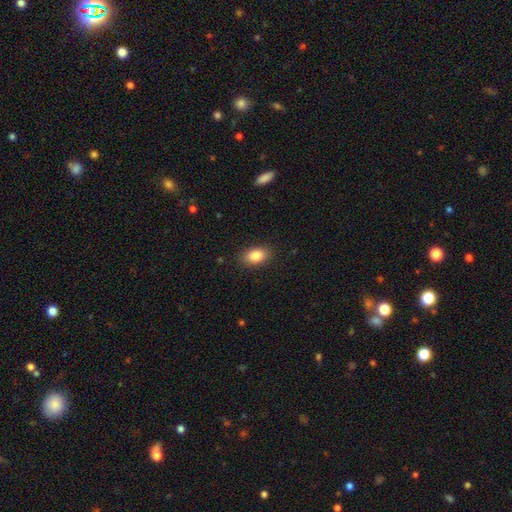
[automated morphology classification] type=smooth (85%); roundness=in between (88%); merging=none (87%).